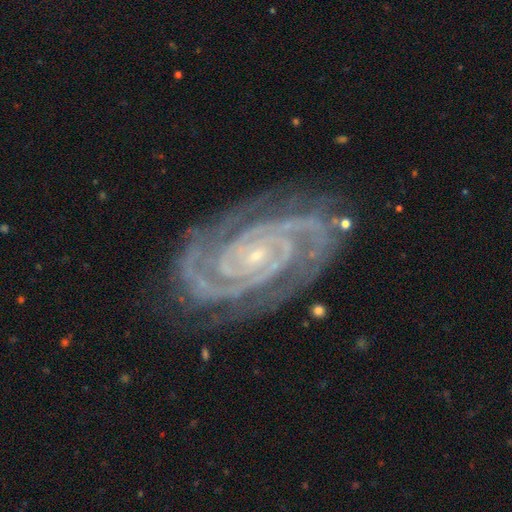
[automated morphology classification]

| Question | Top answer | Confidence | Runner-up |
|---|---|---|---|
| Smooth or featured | featured or disk | 93% | star or artifact (5%) |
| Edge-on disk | no | 97% | yes (3%) |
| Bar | no | 68% | weak (19%) |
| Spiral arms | yes | 99% | no (1%) |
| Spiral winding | tight | 82% | medium (16%) |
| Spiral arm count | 2 | 71% | 3 (12%) |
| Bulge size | small | 85% | moderate (11%) |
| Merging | none | 81% | minor disturbance (14%) |